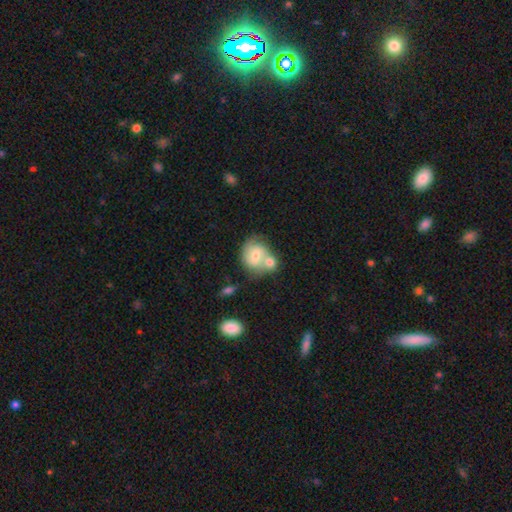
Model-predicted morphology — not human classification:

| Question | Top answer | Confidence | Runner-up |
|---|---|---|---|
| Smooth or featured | smooth | 54% | featured or disk (39%) |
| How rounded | round | 62% | in between (37%) |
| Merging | merger | 52% | none (30%) |